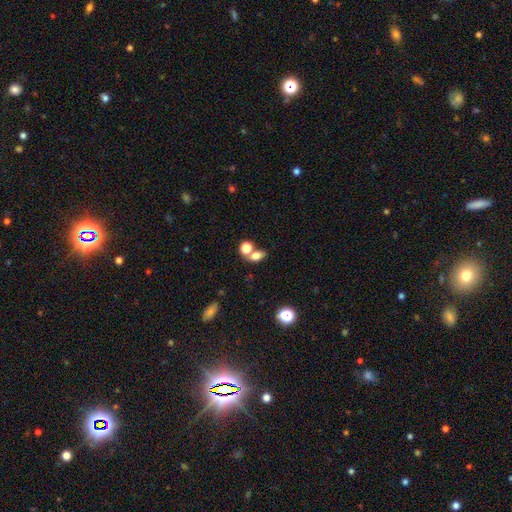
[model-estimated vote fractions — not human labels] Smooth or featured? smooth (75%)
How rounded? in between (69%)
Merging? none (47%)